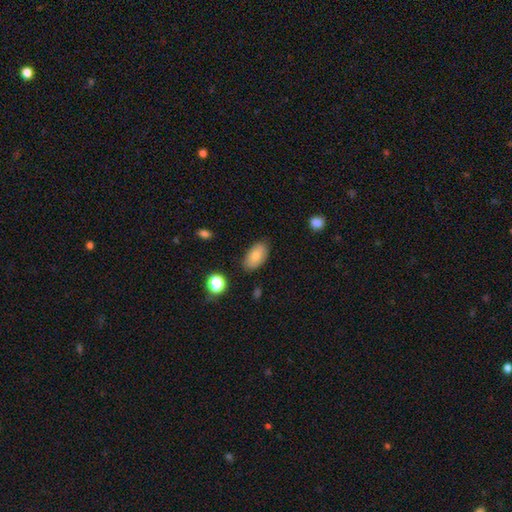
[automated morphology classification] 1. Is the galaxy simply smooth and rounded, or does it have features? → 80% smooth, 13% featured or disk, 8% star or artifact.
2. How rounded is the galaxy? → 93% in between, 5% round, 2% cigar-shaped.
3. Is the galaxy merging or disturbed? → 83% none, 12% minor disturbance, 3% major disturbance, 2% merger.